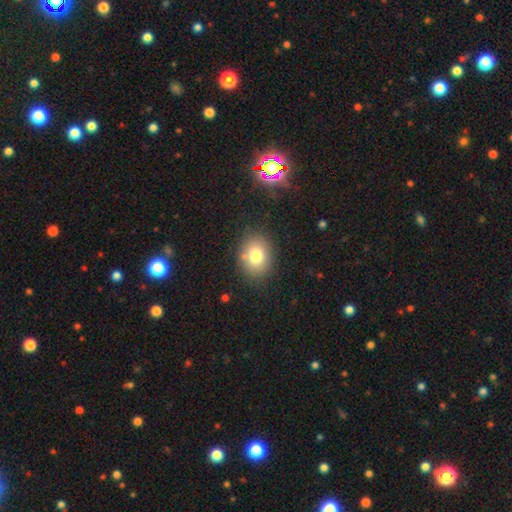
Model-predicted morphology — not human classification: Smooth or featured? Predicted: smooth (p=0.78). How rounded? Predicted: in between (p=0.55). Merging? Predicted: none (p=0.81).